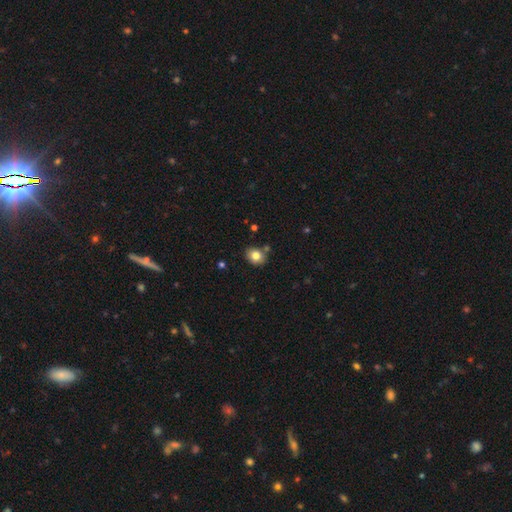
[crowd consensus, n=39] A smooth galaxy with no disk features (82%) that is round (56%). Merging: none (81%).